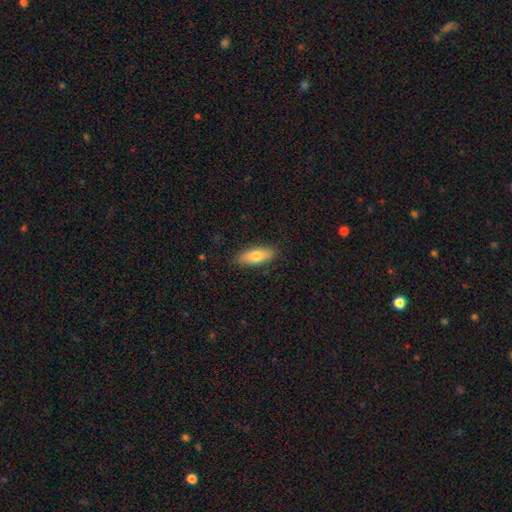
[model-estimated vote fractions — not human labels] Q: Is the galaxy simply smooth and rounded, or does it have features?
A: smooth — 74%.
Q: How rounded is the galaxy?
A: in between — 65%.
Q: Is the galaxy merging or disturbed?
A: none — 88%.